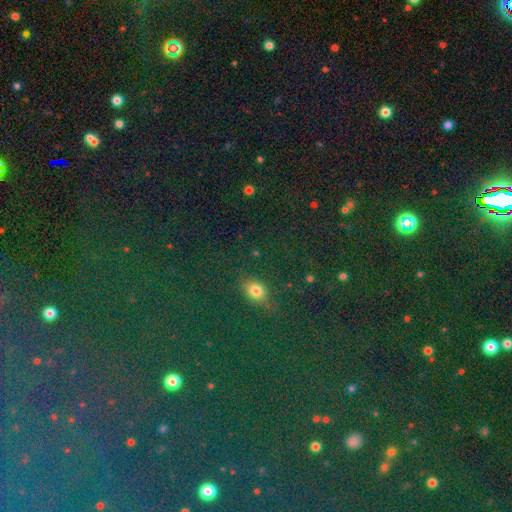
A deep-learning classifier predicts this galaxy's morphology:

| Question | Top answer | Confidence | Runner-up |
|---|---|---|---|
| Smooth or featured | star or artifact | 66% | smooth (25%) |